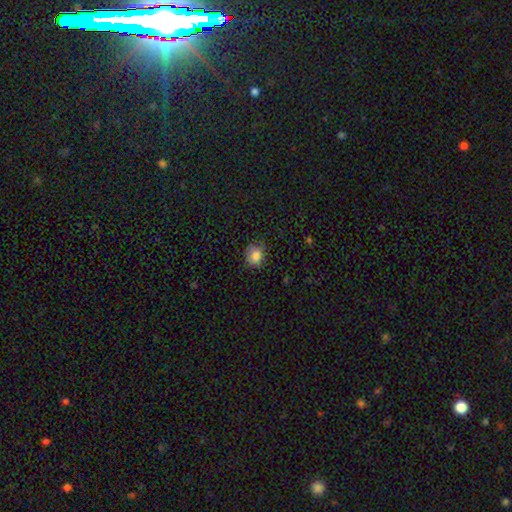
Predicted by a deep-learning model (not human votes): Smooth or featured: smooth — 83% (star or artifact — 10%)
How rounded: round — 68% (in between — 31%)
Merging: none — 74% (minor disturbance — 20%)